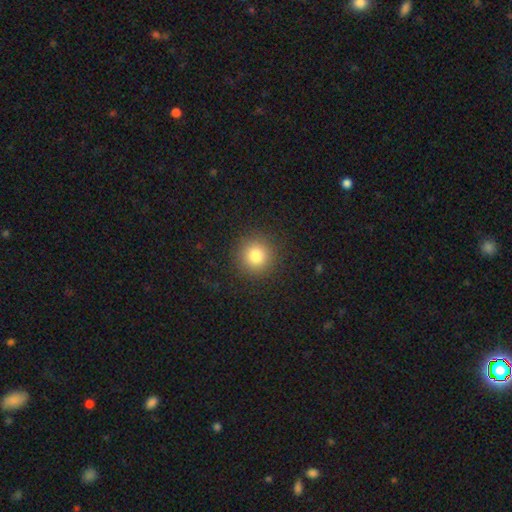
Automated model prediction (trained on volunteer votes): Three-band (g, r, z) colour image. It shows a smooth galaxy with no disk features (81%) that is round (94%). Merging: none (91%).